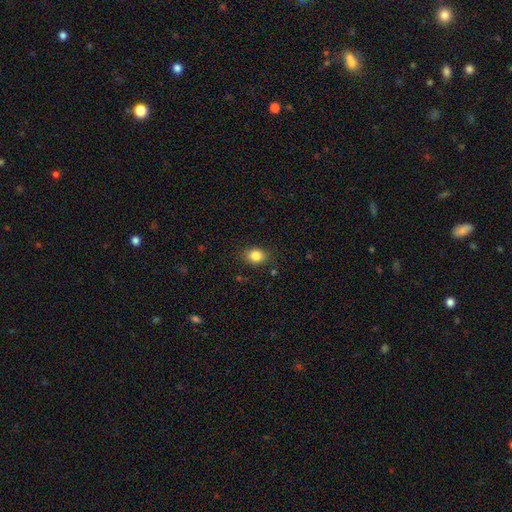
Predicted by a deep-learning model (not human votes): Smooth or featured? smooth (84%)
How rounded? in between (60%)
Merging? none (85%)